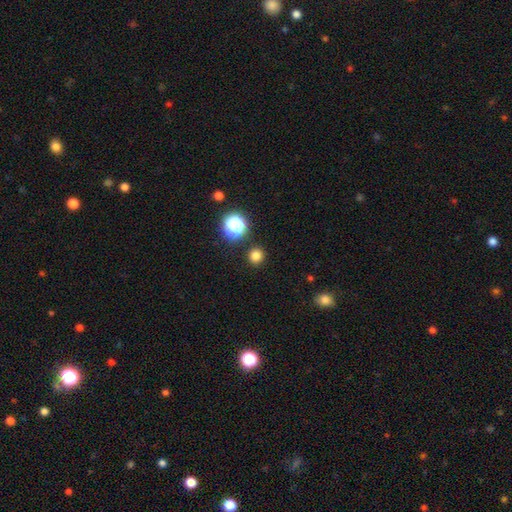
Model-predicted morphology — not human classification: Smooth or featured?
  - smooth: 79% *
  - star or artifact: 16%
  - featured or disk: 4%
How rounded?
  - round: 91% *
  - in between: 8%
  - cigar-shaped: 1%
Merging?
  - none: 91% *
  - minor disturbance: 5%
  - major disturbance: 2%
  - merger: 2%